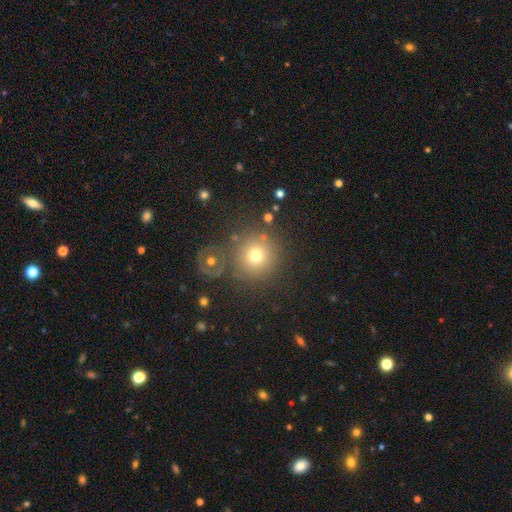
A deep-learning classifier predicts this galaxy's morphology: A smooth galaxy with no disk features (73%) that is round (94%). Merging: none (78%).